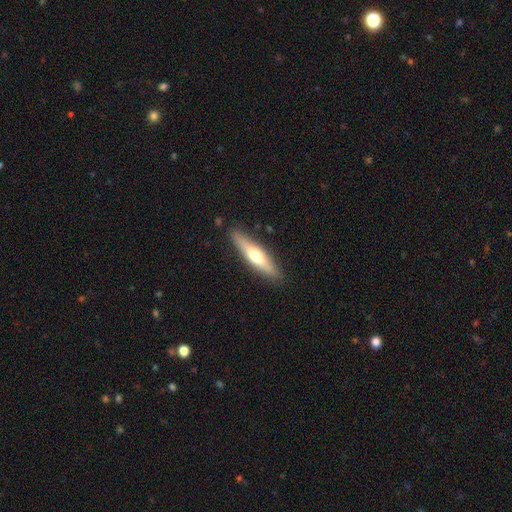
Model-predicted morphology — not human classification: Smooth or featured? Predicted: smooth (p=0.49). Merging? Predicted: none (p=0.88).